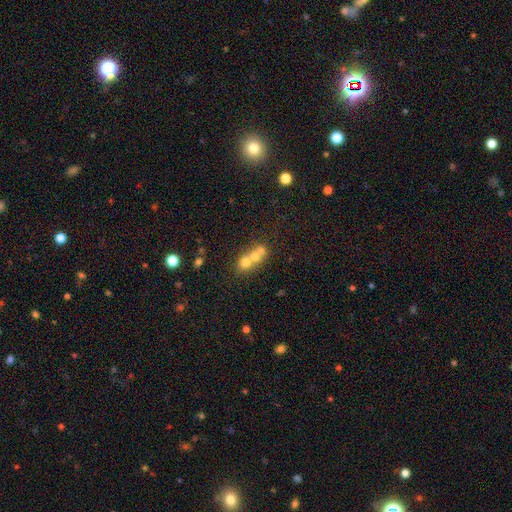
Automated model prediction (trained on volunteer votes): Smooth or featured: smooth — 62% (featured or disk — 25%)
How rounded: round — 72% (in between — 27%)
Merging: merger — 67% (none — 25%)